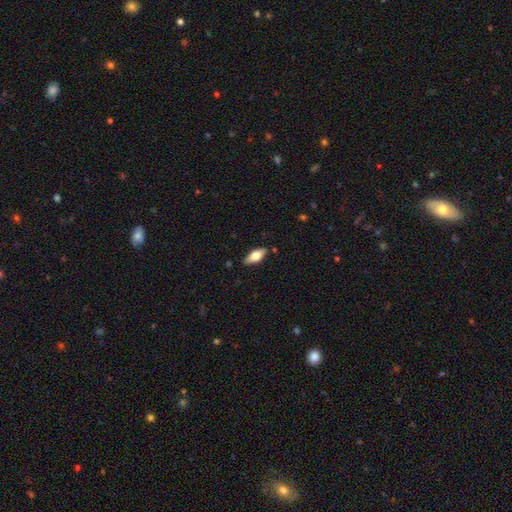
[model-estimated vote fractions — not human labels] The model was most divided on "smooth or featured": smooth: 60%, featured or disk: 34%, star or artifact: 6%. More confident: merging — none (86%); how rounded — in between (79%).